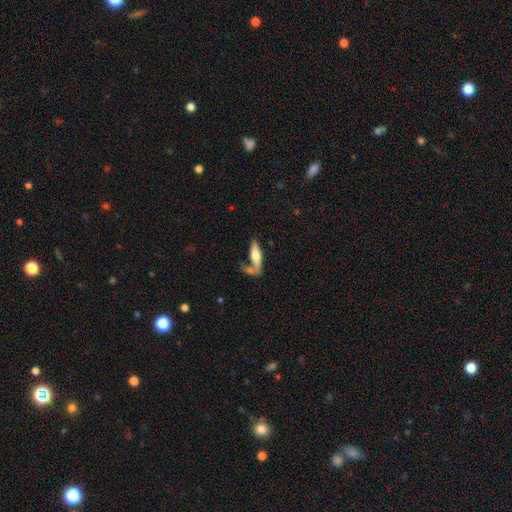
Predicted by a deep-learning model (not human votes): Smooth or featured: smooth — 53% (featured or disk — 41%)
How rounded: cigar-shaped — 56% (in between — 41%)
Merging: none — 42% (merger — 28%)